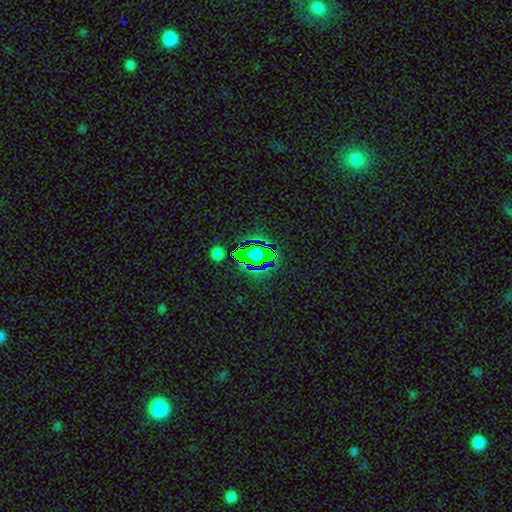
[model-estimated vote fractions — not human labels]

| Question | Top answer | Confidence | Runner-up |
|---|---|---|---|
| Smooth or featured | star or artifact | 67% | smooth (20%) |